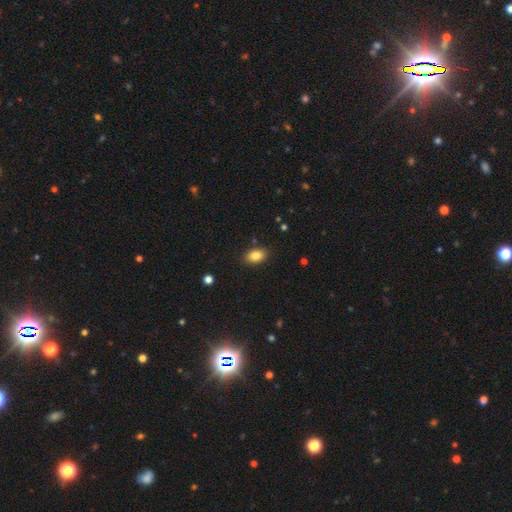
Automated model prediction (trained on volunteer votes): Q: Smooth or featured?
A: smooth (85%); runner-up: star or artifact (9%)
Q: How rounded?
A: in between (89%); runner-up: round (9%)
Q: Merging?
A: none (87%); runner-up: minor disturbance (10%)